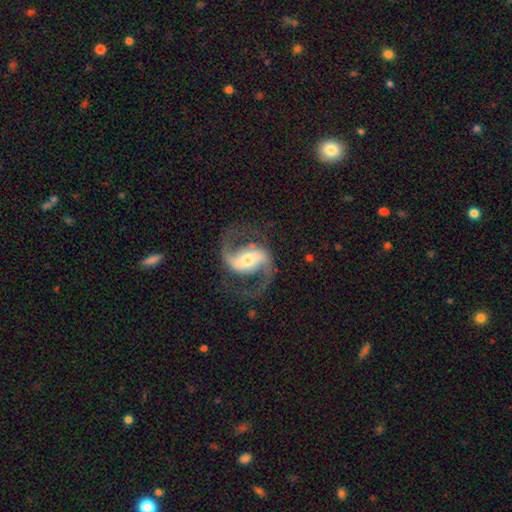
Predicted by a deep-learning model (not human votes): Morphology: type=featured or disk (92%); edge-on=no (98%); bar=strong (51%); spiral arms=yes (98%); winding=medium (54%); arm count=2 (94%); bulge=moderate (56%); merging=none (79%).